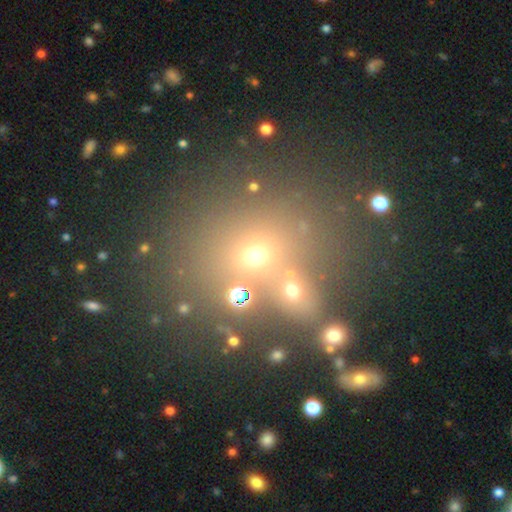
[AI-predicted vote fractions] Smooth or featured? Predicted: smooth (p=0.59). How rounded? Predicted: round (p=0.59). Merging? Predicted: none (p=0.61).